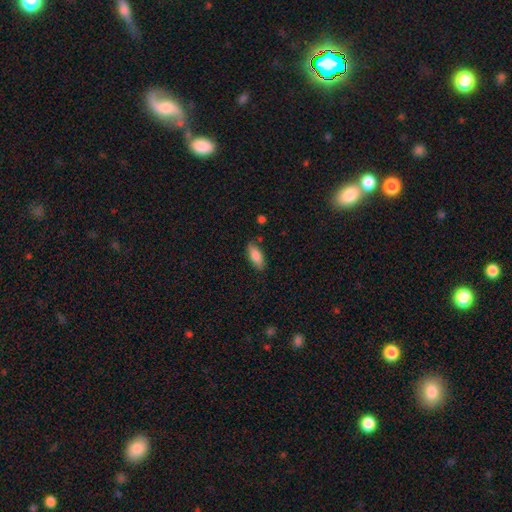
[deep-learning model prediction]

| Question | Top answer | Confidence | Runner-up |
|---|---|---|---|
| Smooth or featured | smooth | 85% | featured or disk (9%) |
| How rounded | in between | 78% | cigar-shaped (20%) |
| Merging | none | 83% | minor disturbance (12%) |